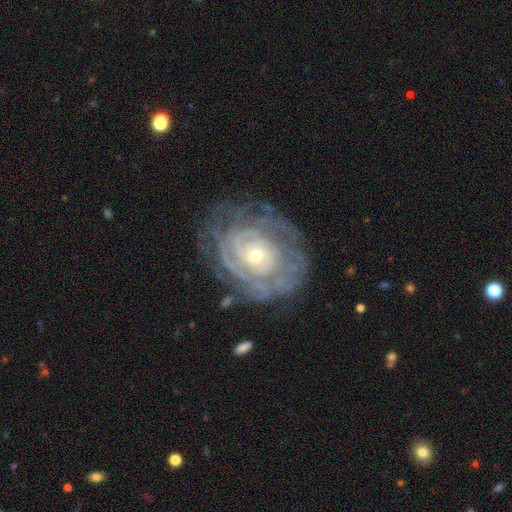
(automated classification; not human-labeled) This is clearly a featured or disk galaxy (86%). It is clearly not viewed edge-on (96%). Bar: likely no (79%). Spiral arm pattern: clearly yes (92%). Spiral arm count: marginally can't tell (42%). Spiral winding: likely tight (79%). Central bulge: possibly small (56%). Merging: likely none (68%).